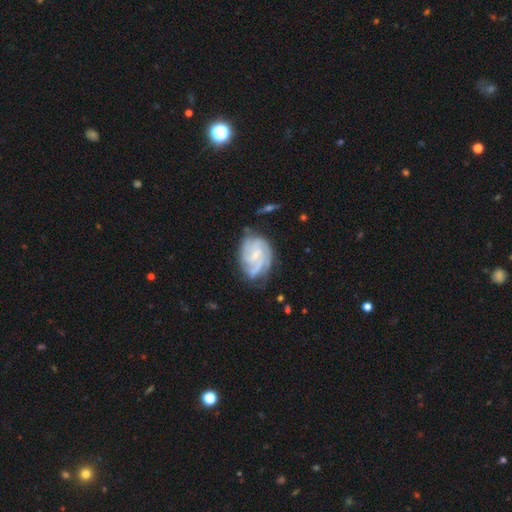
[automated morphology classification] smooth-or-featured: featured or disk: 84% | smooth: 11% | star or artifact: 5%
  disk-edge-on: no: 98% | yes: 2%
    bar: weak: 48% | no: 40% | strong: 12%
    has-spiral-arms: yes: 96% | no: 4%
      spiral-winding: tight: 57% | medium: 34% | loose: 9%
      spiral-arm-count: 3: 33% | can't tell: 24% | 2: 20% | 4: 13% | 1: 5% | more than 4: 5%
    bulge-size: small: 65% | moderate: 23% | none: 9% | large: 1% | dominant: 1%
  merging: none: 59% | minor disturbance: 27% | major disturbance: 12% | merger: 3%